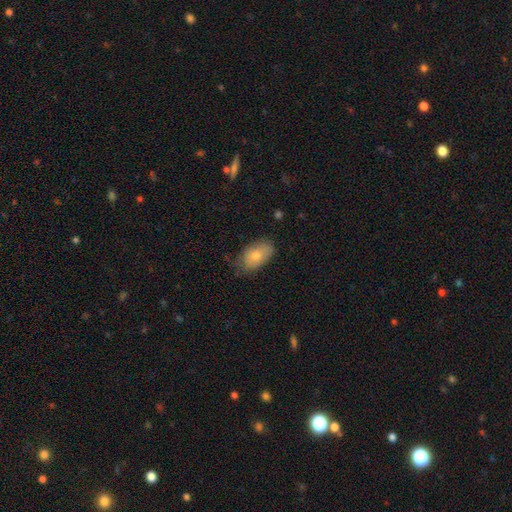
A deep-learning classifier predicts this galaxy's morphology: Overall: smooth (77%). How rounded: in between (92%). Merging: none (60%; minor disturbance 30%).